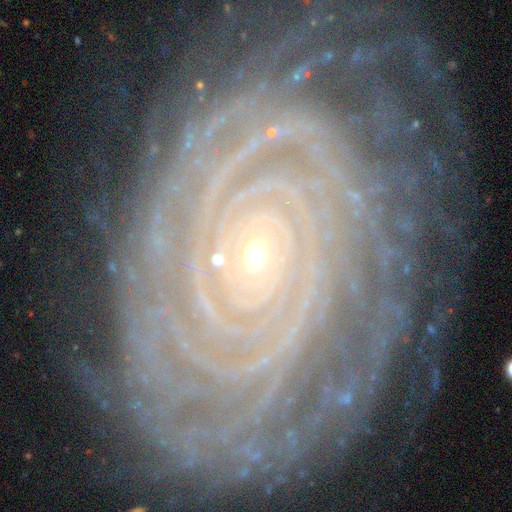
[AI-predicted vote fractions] smooth_or_featured: featured or disk (p=0.90) [alt: star or artifact p=0.06]
disk_edge_on: no (p=0.97) [alt: yes p=0.03]
bar: no (p=0.75) [alt: weak p=0.14]
has_spiral_arms: yes (p=0.98) [alt: no p=0.02]
spiral_winding: tight (p=0.90) [alt: medium p=0.08]
spiral_arm_count: more than 4 (p=0.29) [alt: can't tell p=0.18]
bulge_size: small (p=0.82) [alt: moderate p=0.14]
merging: none (p=0.77) [alt: minor disturbance p=0.15]